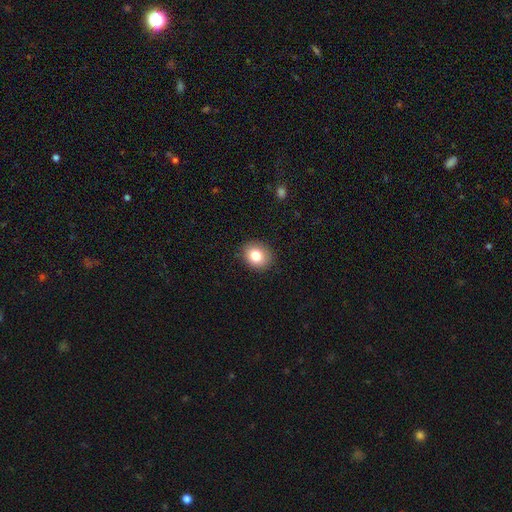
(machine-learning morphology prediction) A smooth galaxy with no disk features (81%) that is round (60%).

Vote fractions:
- Smooth or featured? smooth: 81% / star or artifact: 10% / featured or disk: 9%
- How rounded? round: 60% / in between: 40% / cigar-shaped: 1%
- Merging? none: 89% / minor disturbance: 8% / major disturbance: 2% / merger: 1%